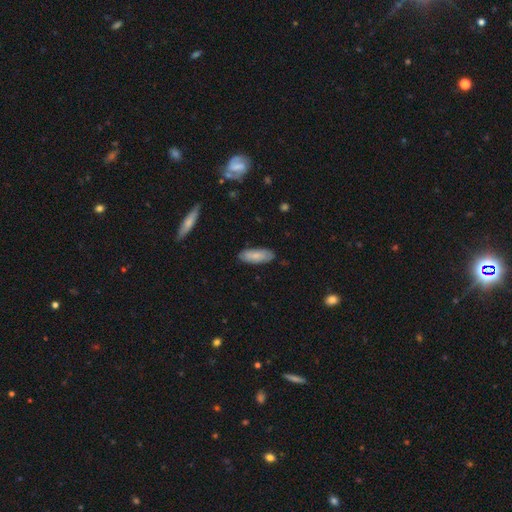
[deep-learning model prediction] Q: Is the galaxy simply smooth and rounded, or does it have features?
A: smooth — 74%.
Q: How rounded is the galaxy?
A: in between — 72%.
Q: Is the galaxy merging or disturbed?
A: none — 82%.